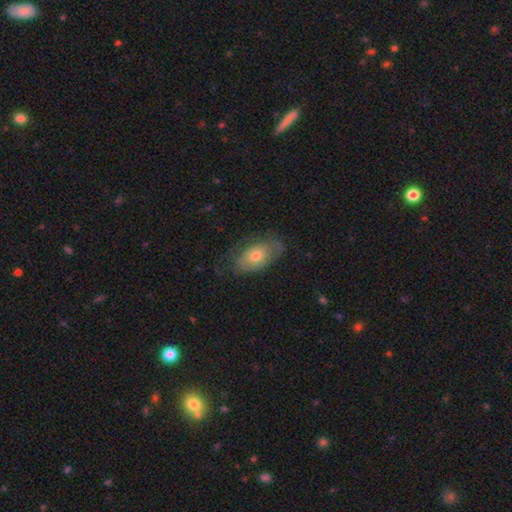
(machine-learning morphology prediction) Smooth or featured: smooth — 53% (featured or disk — 40%)
How rounded: in between — 90% (round — 7%)
Merging: none — 59% (minor disturbance — 27%)